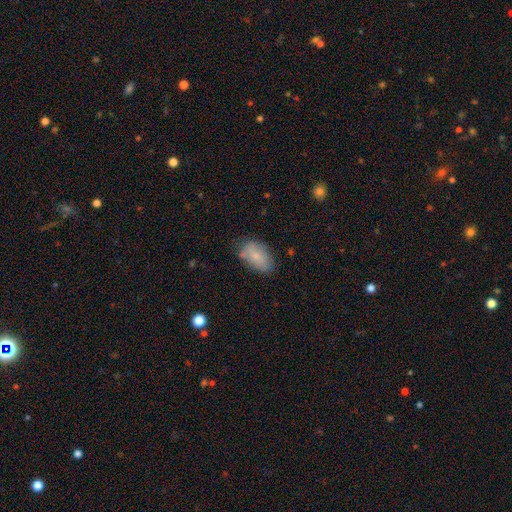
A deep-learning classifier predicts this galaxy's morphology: smooth 78%, featured or disk 15%, star or artifact 7%. Down the decision tree: how rounded — in between (92%); merging — none (67%).